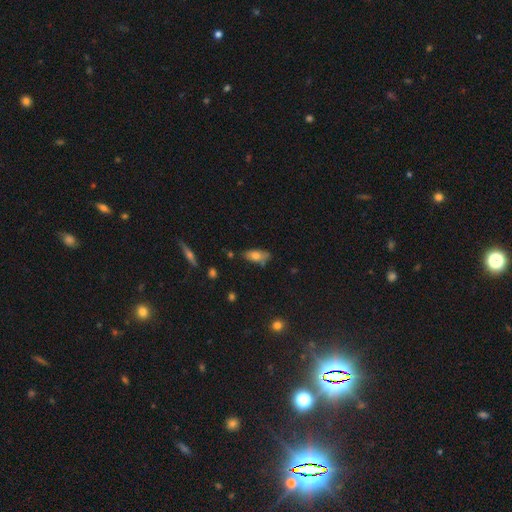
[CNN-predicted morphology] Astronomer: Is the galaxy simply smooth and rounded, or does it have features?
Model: smooth — 71%.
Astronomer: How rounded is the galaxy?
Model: in between — 83%.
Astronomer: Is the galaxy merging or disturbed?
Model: none — 66%.